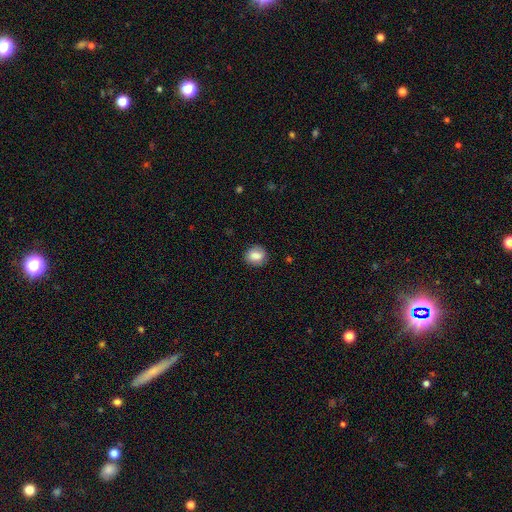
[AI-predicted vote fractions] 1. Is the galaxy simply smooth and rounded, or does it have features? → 83% smooth, 8% featured or disk, 8% star or artifact.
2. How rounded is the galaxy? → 70% round, 29% in between, 1% cigar-shaped.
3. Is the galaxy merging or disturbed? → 86% none, 10% minor disturbance, 3% major disturbance, 1% merger.